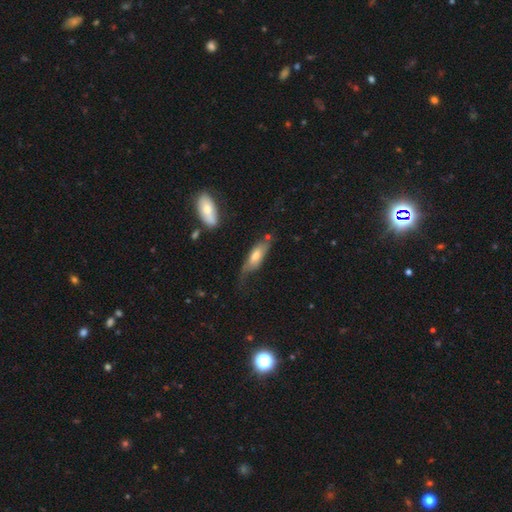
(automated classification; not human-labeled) Overall: smooth (59%; featured or disk 34%). How rounded: in between (59%; cigar-shaped 39%). Merging: none (42%; minor disturbance 31%).